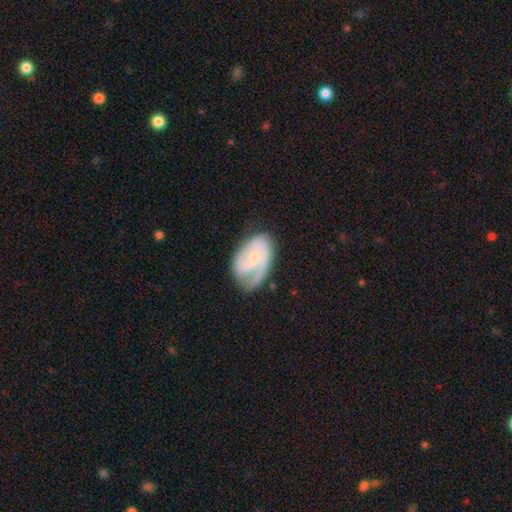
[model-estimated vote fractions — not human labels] smooth-or-featured: featured or disk: 71% | smooth: 23% | star or artifact: 6%
  disk-edge-on: no: 97% | yes: 3%
    bar: no: 62% | weak: 32% | strong: 7%
    has-spiral-arms: yes: 90% | no: 10%
      spiral-winding: tight: 43% | medium: 39% | loose: 18%
      spiral-arm-count: 2: 36% (tied) | 1: 36% (tied) | can't tell: 17% | 3: 7% | 4: 2% | more than 4: 2%
    bulge-size: small: 66% | none: 16% | moderate: 15% | large: 2% | dominant: 1%
  merging: none: 51% | minor disturbance: 28% | major disturbance: 18% | merger: 2%